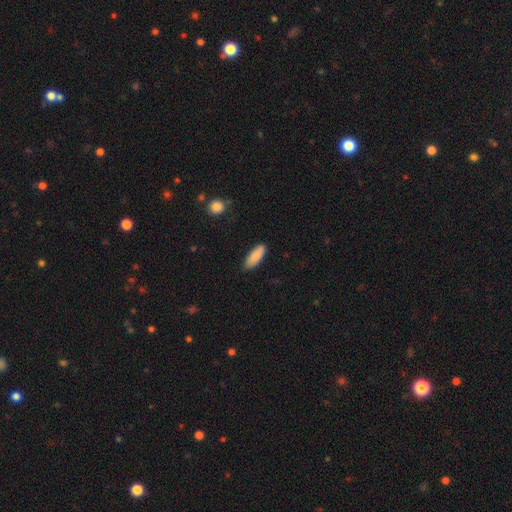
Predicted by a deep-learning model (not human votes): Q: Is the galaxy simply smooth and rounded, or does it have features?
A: smooth — 86%.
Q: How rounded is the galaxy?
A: in between — 71%.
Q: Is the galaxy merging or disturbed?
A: none — 82%.